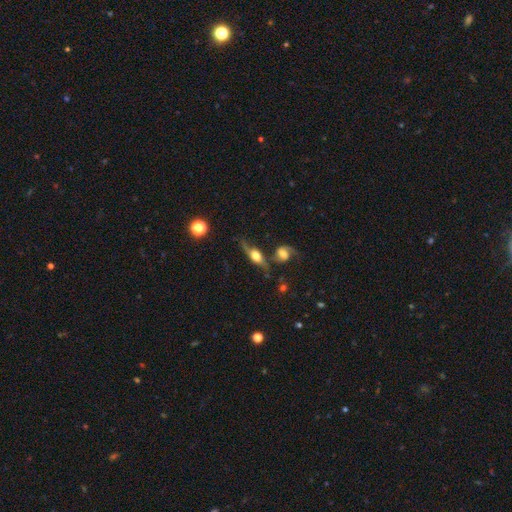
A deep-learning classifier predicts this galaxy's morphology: type=featured or disk (69%); edge-on=yes (67%); merging=none (53%).